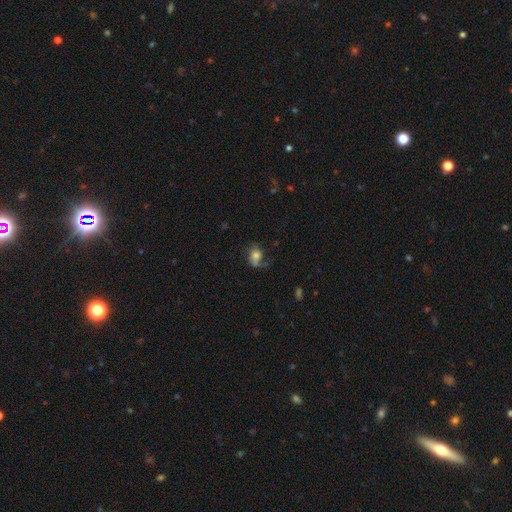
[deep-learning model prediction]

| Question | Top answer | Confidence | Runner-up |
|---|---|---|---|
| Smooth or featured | smooth | 61% | featured or disk (27%) |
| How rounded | in between | 62% | round (36%) |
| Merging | none | 45% | minor disturbance (27%) |